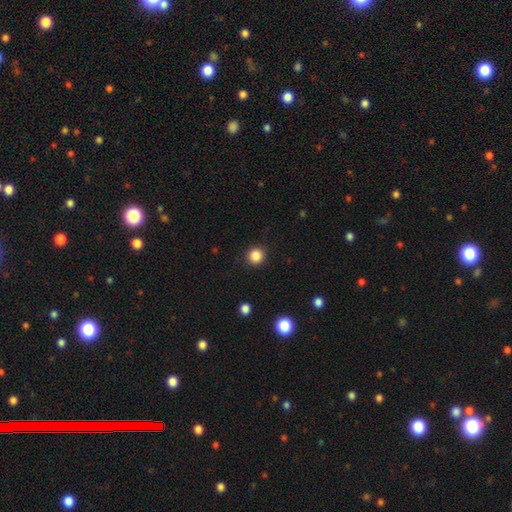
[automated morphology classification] A smooth galaxy with no disk features (85%) that is round (93%).

Vote fractions:
- Smooth or featured? smooth: 85% / star or artifact: 11% / featured or disk: 3%
- How rounded? round: 93% / in between: 6% / cigar-shaped: 1%
- Merging? none: 91% / minor disturbance: 6% / major disturbance: 2% / merger: 1%